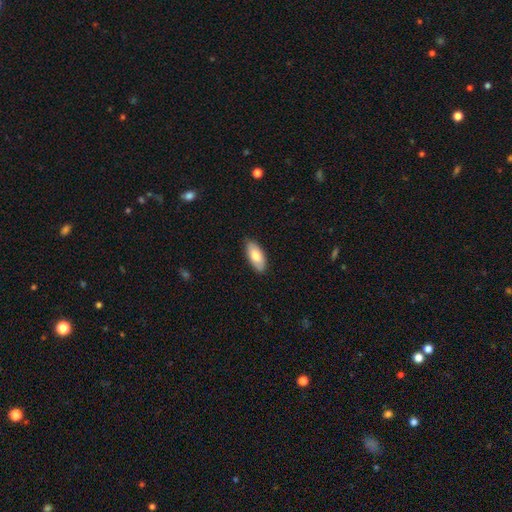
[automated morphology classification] Smooth or featured: smooth — 77% (featured or disk — 18%)
How rounded: in between — 90% (cigar-shaped — 8%)
Merging: none — 86% (minor disturbance — 11%)